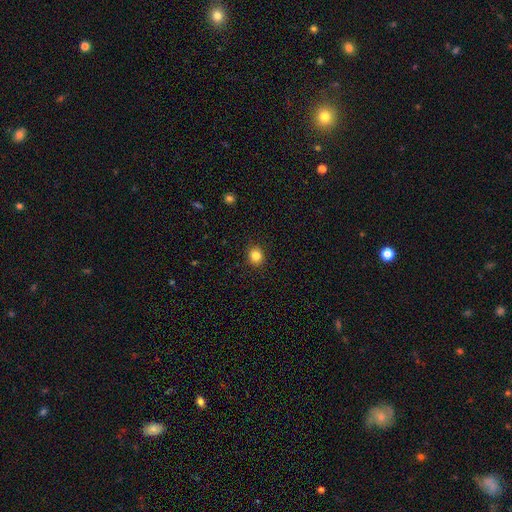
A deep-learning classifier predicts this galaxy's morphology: Smooth or featured? smooth (84%)
How rounded? round (83%)
Merging? none (92%)